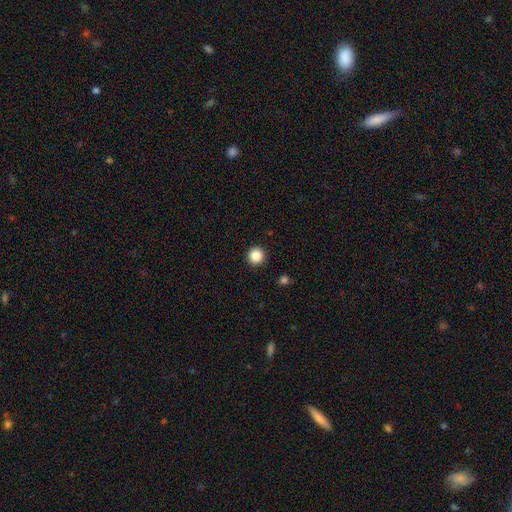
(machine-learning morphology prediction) A smooth galaxy with no disk features (86%) that is round (96%). Merging: none (93%).